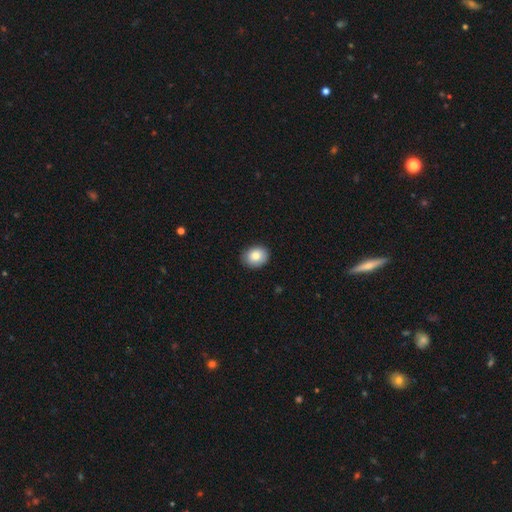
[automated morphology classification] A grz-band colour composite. It shows a smooth galaxy with no disk features (82%) that is round (54%). Merging: none (87%).